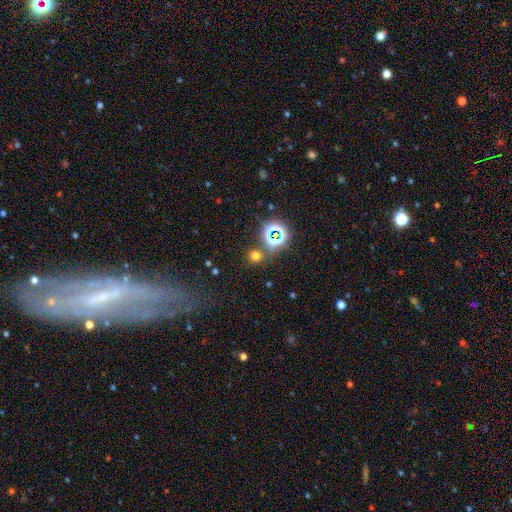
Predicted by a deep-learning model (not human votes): smooth_or_featured: smooth (p=0.59) [alt: star or artifact p=0.34]
how_rounded: round (p=0.88) [alt: in between p=0.11]
merging: none (p=0.79) [alt: merger p=0.09]